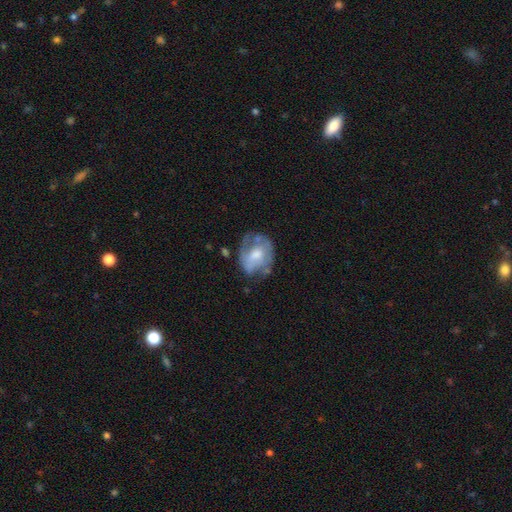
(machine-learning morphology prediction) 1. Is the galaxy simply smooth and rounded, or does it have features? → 55% featured or disk, 38% smooth, 7% star or artifact.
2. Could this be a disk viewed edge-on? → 96% no, 4% yes.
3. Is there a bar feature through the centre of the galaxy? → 65% no, 28% weak, 7% strong.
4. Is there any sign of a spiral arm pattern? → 53% no, 47% yes.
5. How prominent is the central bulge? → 54% moderate, 22% small, 15% large, 7% none, 2% dominant.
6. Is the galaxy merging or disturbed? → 48% none, 28% minor disturbance, 18% major disturbance, 5% merger.